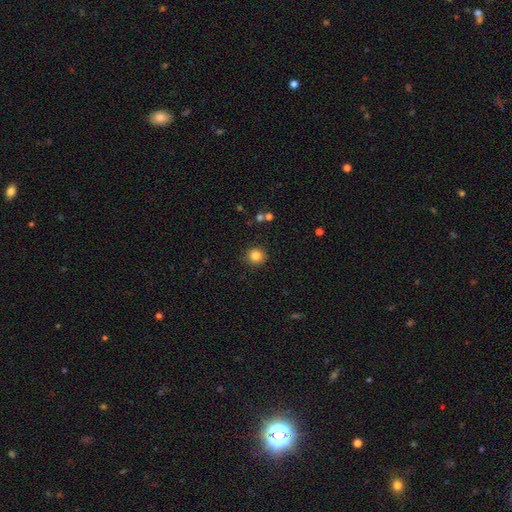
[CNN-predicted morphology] type=smooth (84%); roundness=round (89%); merging=none (89%).